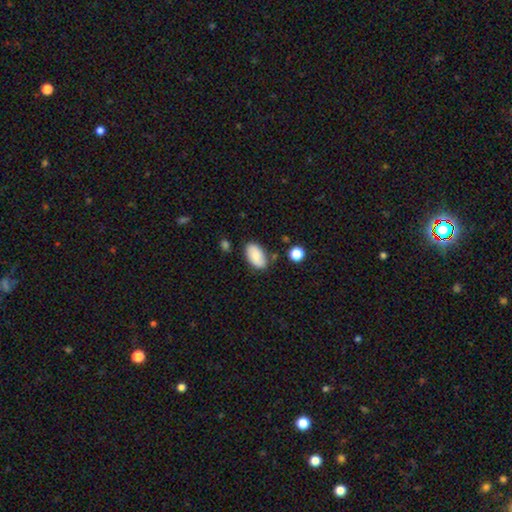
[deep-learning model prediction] A smooth galaxy with no disk features (76%) that is in between round and cigar-shaped (94%).

Vote fractions:
- Smooth or featured? smooth: 76% / featured or disk: 17% / star or artifact: 7%
- How rounded? in between: 94% / round: 4% / cigar-shaped: 2%
- Merging? none: 75% / minor disturbance: 16% / merger: 5% / major disturbance: 3%